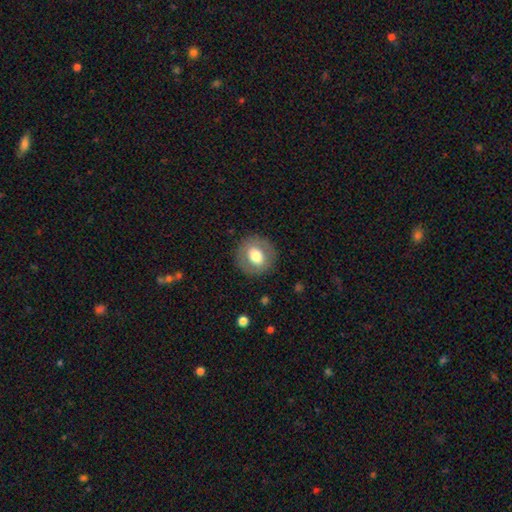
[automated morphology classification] Smooth or featured?
  - smooth: 65% *
  - featured or disk: 27%
  - star or artifact: 8%
How rounded?
  - round: 79% *
  - in between: 20%
  - cigar-shaped: 1%
Merging?
  - none: 86% *
  - minor disturbance: 9%
  - major disturbance: 4%
  - merger: 1%